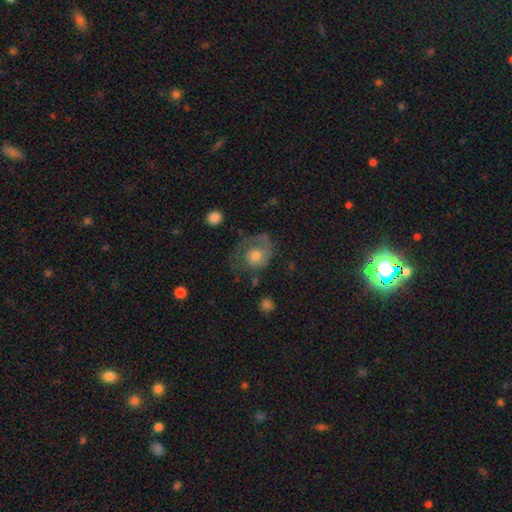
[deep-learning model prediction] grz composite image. It shows a featured or disk galaxy (51%). Merging: none (45%).